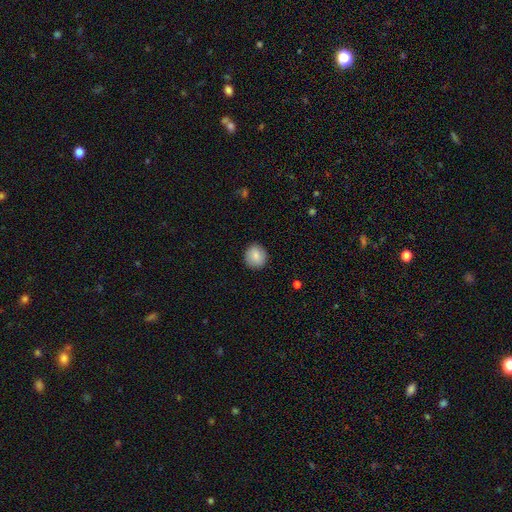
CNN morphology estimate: A smooth galaxy with no disk features (84%) that is round (88%). Merging: none (90%).